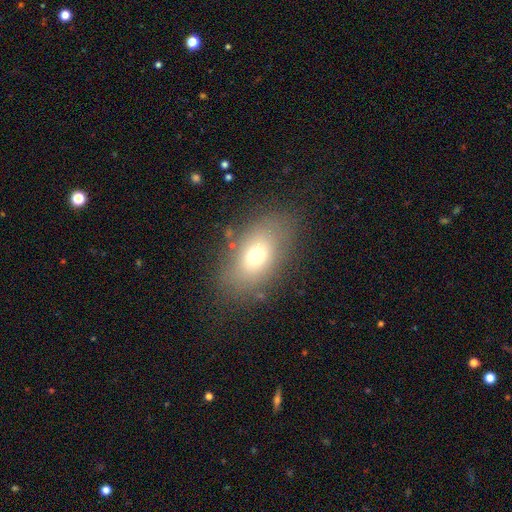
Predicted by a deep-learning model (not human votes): This is likely a smooth galaxy (70%). How rounded: clearly in between (87%). Merging: likely none (78%).